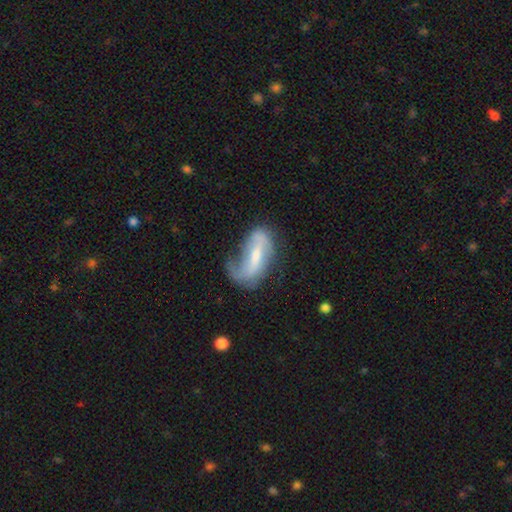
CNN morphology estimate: Q: Smooth or featured?
A: featured or disk (68%); runner-up: smooth (25%)
Q: Edge-on disk?
A: no (92%); runner-up: yes (8%)
Q: Bar?
A: weak (39%); runner-up: strong (38%)
Q: Spiral arms?
A: yes (81%); runner-up: no (19%)
Q: Bulge size?
A: small (47%); runner-up: moderate (41%)
Q: Merging?
A: none (40%); runner-up: minor disturbance (29%)